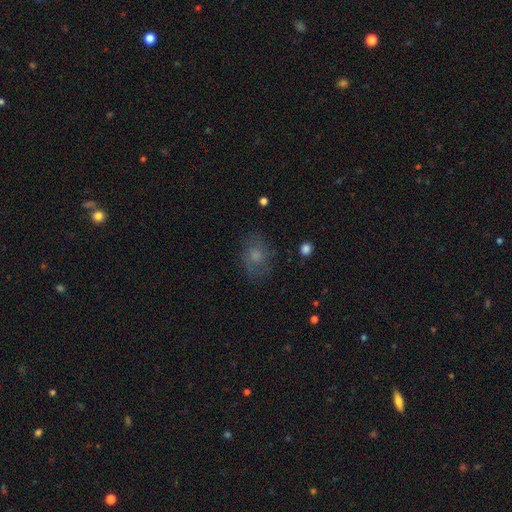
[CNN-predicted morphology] smooth-or-featured: smooth: 55% | featured or disk: 30% | star or artifact: 16%
  how-rounded: in between: 57% | round: 41% | cigar-shaped: 1%
  merging: none: 72% | minor disturbance: 18% | major disturbance: 9% | merger: 1%